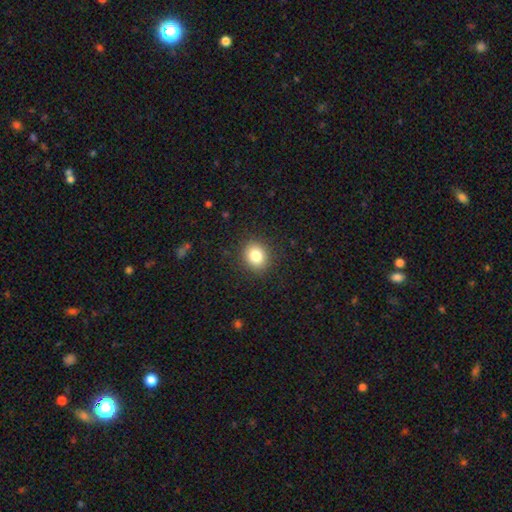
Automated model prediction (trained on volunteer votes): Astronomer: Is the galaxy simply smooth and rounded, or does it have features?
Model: smooth — 82%.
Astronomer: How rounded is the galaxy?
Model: round — 70%.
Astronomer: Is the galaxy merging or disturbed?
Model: none — 89%.